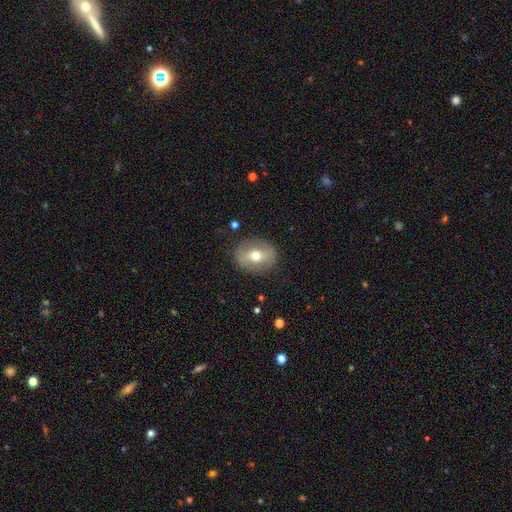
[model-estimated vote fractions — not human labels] Q: Smooth or featured?
A: smooth (50%); runner-up: featured or disk (42%)
Q: How rounded?
A: round (60%); runner-up: in between (38%)
Q: Merging?
A: none (85%); runner-up: minor disturbance (10%)